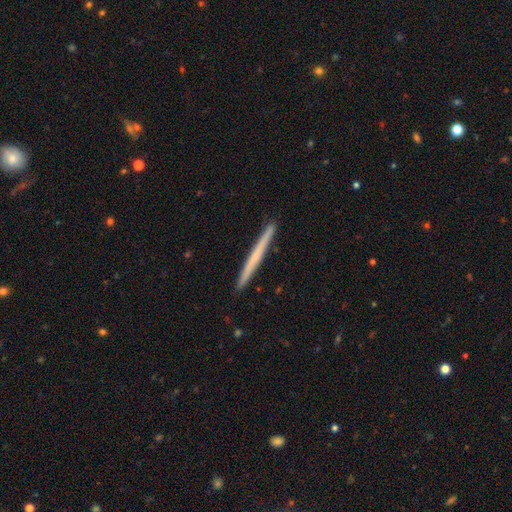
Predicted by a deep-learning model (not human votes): This appears to be a smooth galaxy with no disk features (48%). Merging: none (93%).